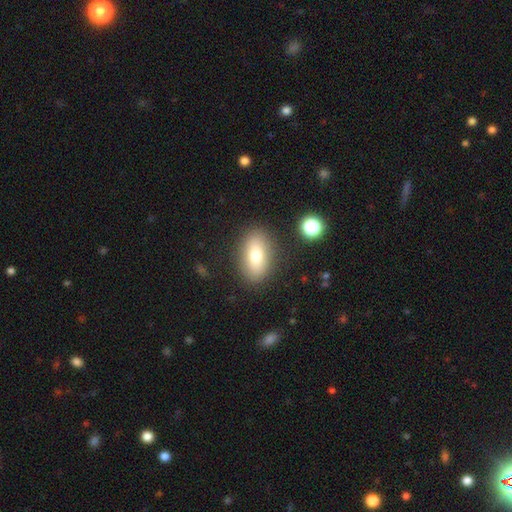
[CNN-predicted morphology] A smooth galaxy with no disk features (75%) that is in between round and cigar-shaped (86%).

Vote fractions:
- Smooth or featured? smooth: 75% / featured or disk: 17% / star or artifact: 9%
- How rounded? in between: 86% / round: 8% / cigar-shaped: 5%
- Merging? none: 84% / minor disturbance: 10% / major disturbance: 4% / merger: 2%